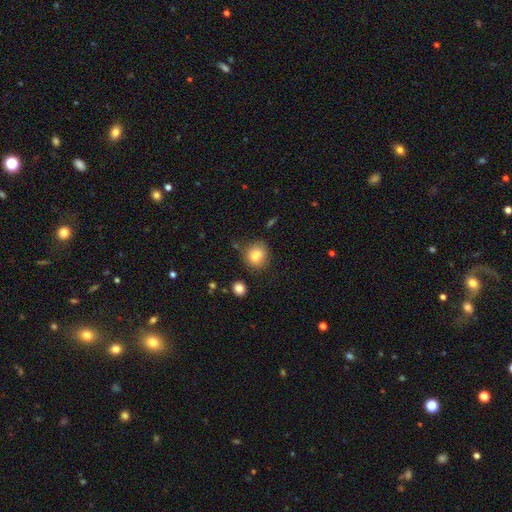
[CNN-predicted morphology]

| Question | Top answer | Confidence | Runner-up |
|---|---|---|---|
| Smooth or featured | smooth | 76% | featured or disk (13%) |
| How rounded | round | 74% | in between (24%) |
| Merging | none | 57% | merger (20%) |